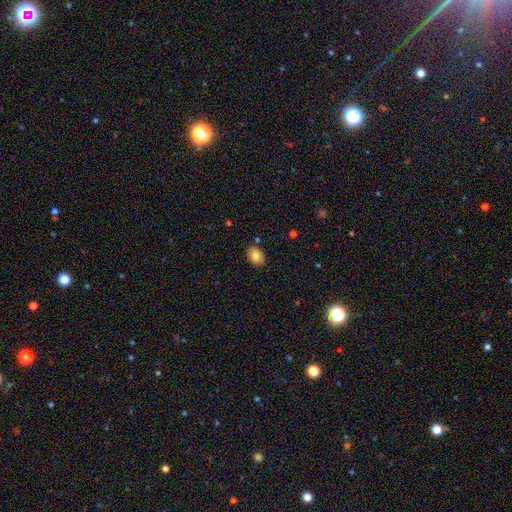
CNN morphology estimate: Smooth or featured? smooth (84%)
How rounded? in between (71%)
Merging? none (86%)